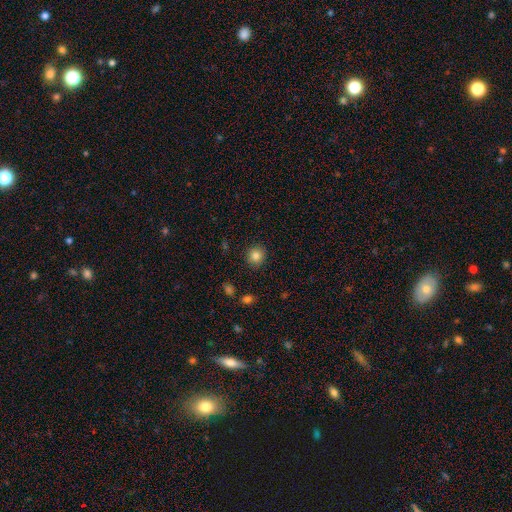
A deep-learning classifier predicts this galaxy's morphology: A smooth galaxy with no disk features (84%) that is round (88%). Merging: none (90%).